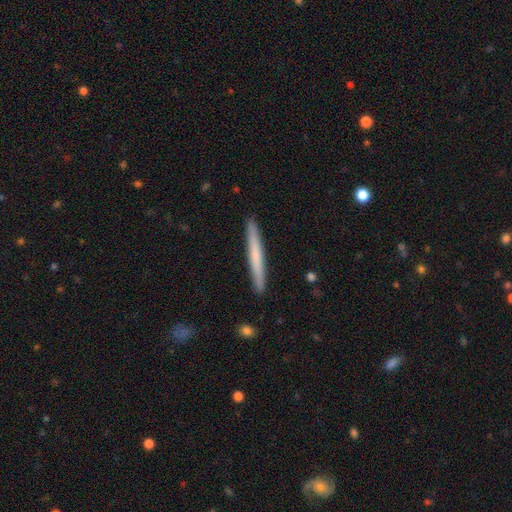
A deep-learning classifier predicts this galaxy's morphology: The model was most divided on "smooth or featured": smooth: 62%, featured or disk: 33%, star or artifact: 5%. More confident: how rounded — cigar-shaped (97%); merging — none (92%).